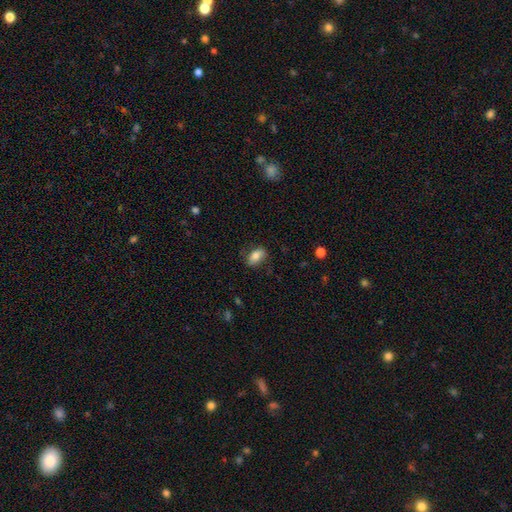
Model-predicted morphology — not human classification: smooth 77%, featured or disk 16%, star or artifact 8%. Down the decision tree: how rounded — in between (89%); merging — none (76%).